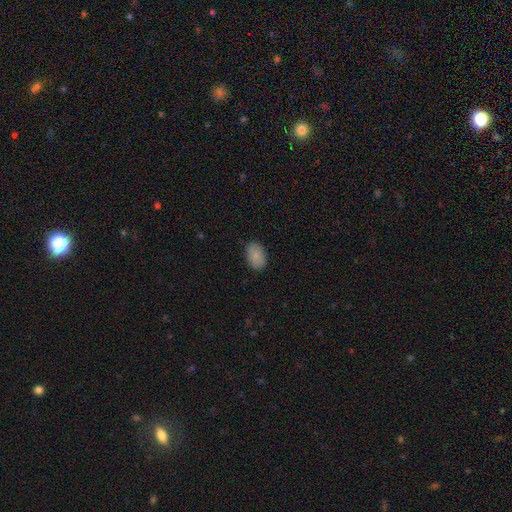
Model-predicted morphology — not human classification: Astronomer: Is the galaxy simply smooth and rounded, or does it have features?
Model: smooth — 86%.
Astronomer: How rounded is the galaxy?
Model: in between — 88%.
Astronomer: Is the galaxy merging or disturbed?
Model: none — 84%.